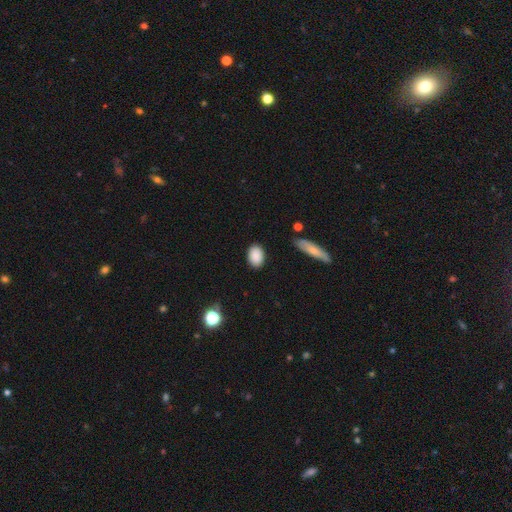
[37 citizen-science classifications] Morphology: type=smooth (92%); roundness=in between (82%); merging=none (97%).